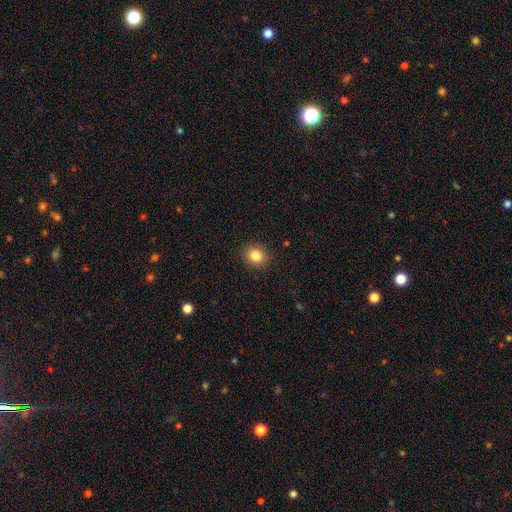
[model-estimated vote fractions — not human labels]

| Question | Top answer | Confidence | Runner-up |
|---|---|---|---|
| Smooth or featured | smooth | 84% | star or artifact (11%) |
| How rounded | round | 76% | in between (23%) |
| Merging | none | 91% | minor disturbance (6%) |